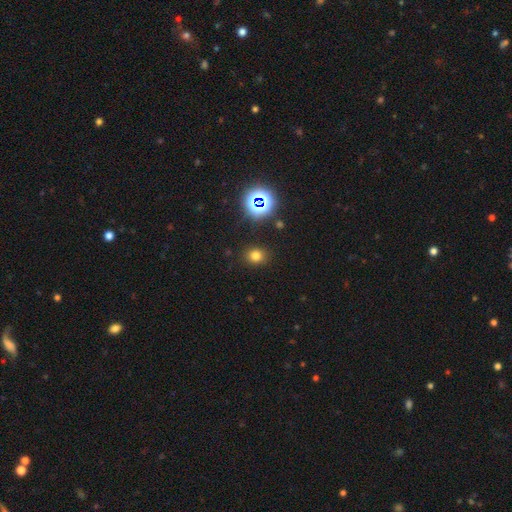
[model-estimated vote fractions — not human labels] Q: Smooth or featured?
A: smooth (72%); runner-up: star or artifact (22%)
Q: How rounded?
A: round (70%); runner-up: in between (29%)
Q: Merging?
A: none (87%); runner-up: minor disturbance (8%)